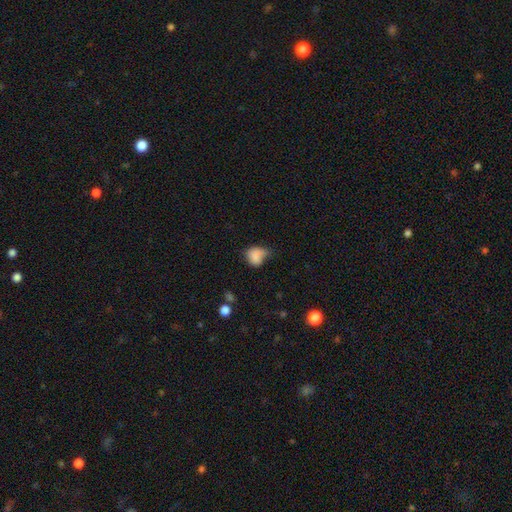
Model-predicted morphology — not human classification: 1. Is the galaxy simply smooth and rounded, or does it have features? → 81% smooth, 10% star or artifact, 9% featured or disk.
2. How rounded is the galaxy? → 51% in between, 48% round, 1% cigar-shaped.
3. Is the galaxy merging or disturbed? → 43% minor disturbance, 32% none, 20% major disturbance, 6% merger.